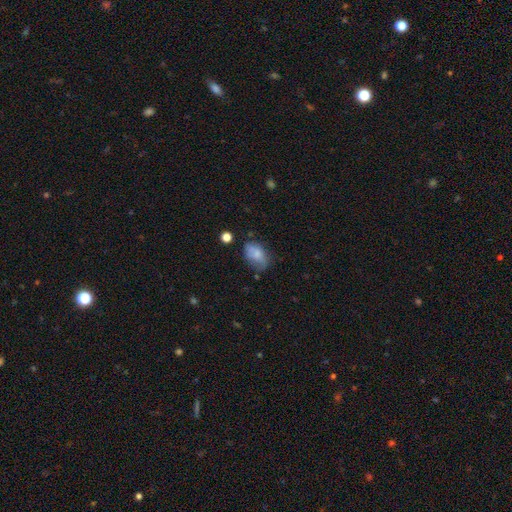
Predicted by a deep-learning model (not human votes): Q: Smooth or featured?
A: smooth (66%); runner-up: featured or disk (21%)
Q: How rounded?
A: in between (85%); runner-up: round (13%)
Q: Merging?
A: none (63%); runner-up: minor disturbance (27%)